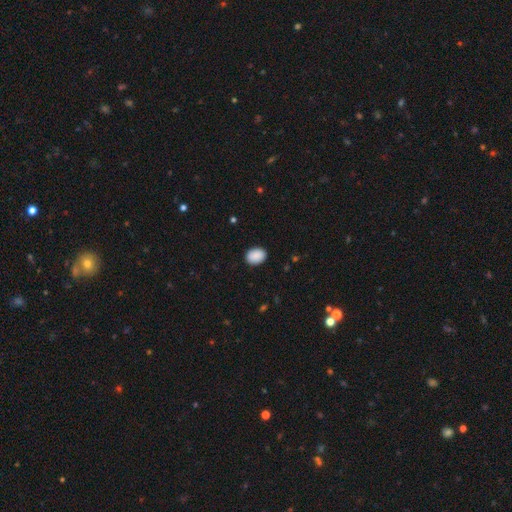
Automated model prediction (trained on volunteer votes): smooth_or_featured: smooth (p=0.90) [alt: star or artifact p=0.07]
how_rounded: in between (p=0.74) [alt: round p=0.25]
merging: none (p=0.88) [alt: minor disturbance p=0.09]